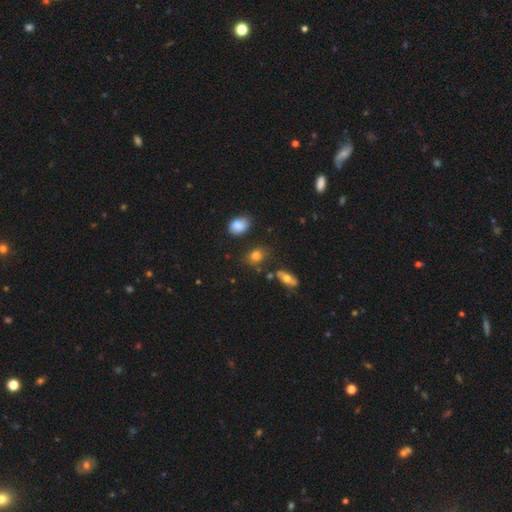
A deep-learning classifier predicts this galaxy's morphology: smooth-or-featured: smooth: 78% | star or artifact: 12% | featured or disk: 9%
  how-rounded: in between: 61% | round: 37% | cigar-shaped: 2%
  merging: none: 70% | minor disturbance: 18% | merger: 6% | major disturbance: 5%